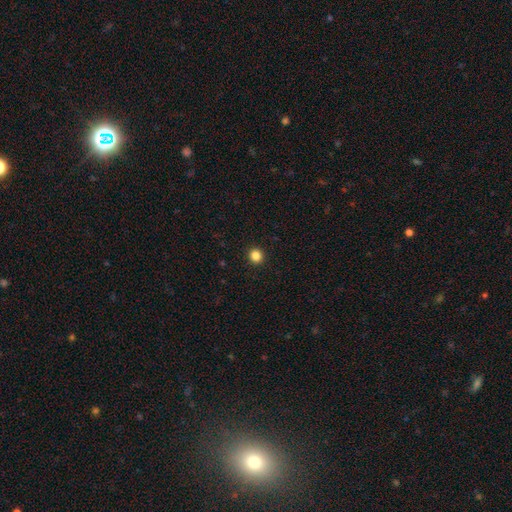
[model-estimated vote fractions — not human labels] The model was most divided on "smooth or featured": smooth: 85%, star or artifact: 12%, featured or disk: 3%. More confident: merging — none (93%); how rounded — round (92%).